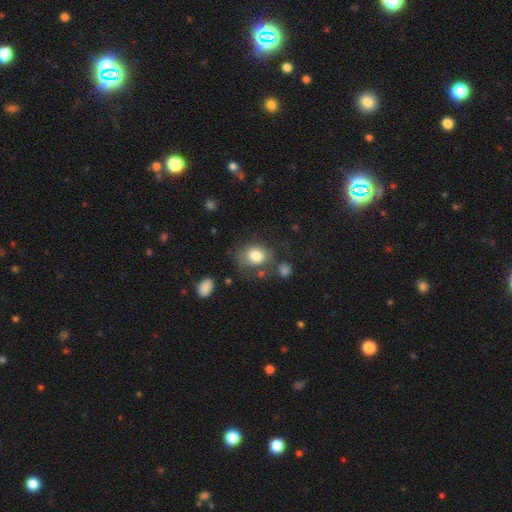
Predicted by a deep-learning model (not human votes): Smooth or featured? Predicted: smooth (p=0.81). How rounded? Predicted: round (p=0.54). Merging? Predicted: none (p=0.65).